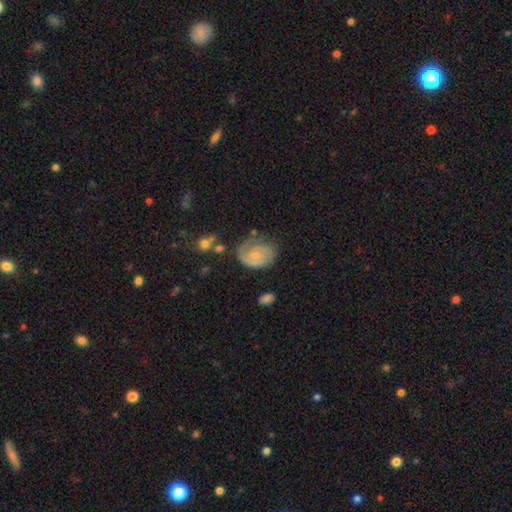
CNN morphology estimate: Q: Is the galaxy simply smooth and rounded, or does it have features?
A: featured or disk — 80%.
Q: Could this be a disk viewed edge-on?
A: no — 98%.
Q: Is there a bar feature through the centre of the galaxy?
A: no — 58%.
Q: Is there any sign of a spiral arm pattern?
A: yes — 94%.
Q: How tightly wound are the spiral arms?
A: tight — 59%.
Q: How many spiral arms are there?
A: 2 — 57%.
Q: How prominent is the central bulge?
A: small — 62%.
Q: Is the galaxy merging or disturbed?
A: none — 63%.